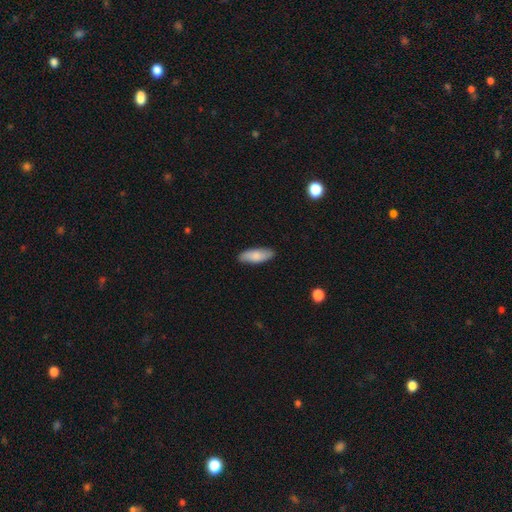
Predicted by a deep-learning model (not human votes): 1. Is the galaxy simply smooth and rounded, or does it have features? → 81% smooth, 14% featured or disk, 6% star or artifact.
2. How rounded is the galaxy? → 69% in between, 29% cigar-shaped, 2% round.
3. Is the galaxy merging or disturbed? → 87% none, 10% minor disturbance, 2% major disturbance, 1% merger.